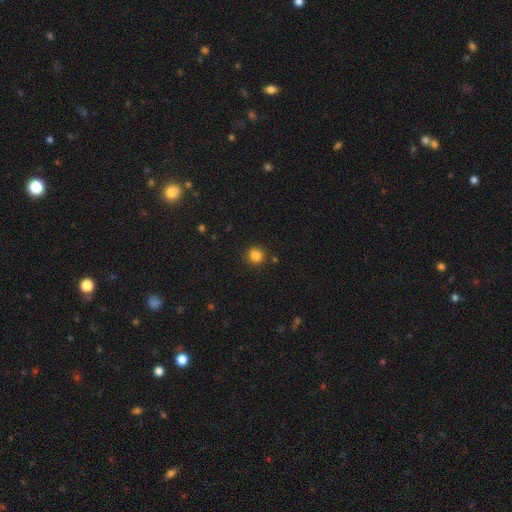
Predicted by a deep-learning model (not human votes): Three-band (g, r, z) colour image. It shows a smooth galaxy with no disk features (84%) that is round (93%). Merging: none (89%).